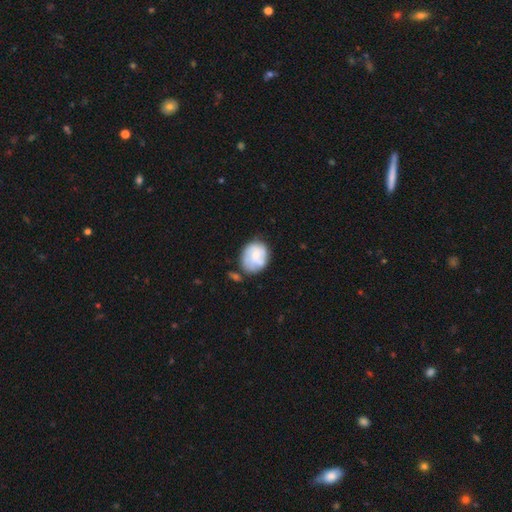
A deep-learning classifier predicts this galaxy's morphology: Overall: smooth (51%; featured or disk 43%). How rounded: round (57%; in between 42%). Merging: none (54%; minor disturbance 26%).